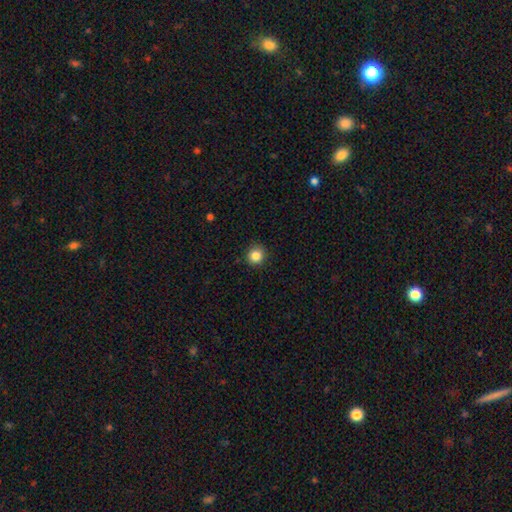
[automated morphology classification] The model was most divided on "smooth or featured": smooth: 85%, star or artifact: 11%, featured or disk: 4%. More confident: how rounded — round (92%); merging — none (90%).